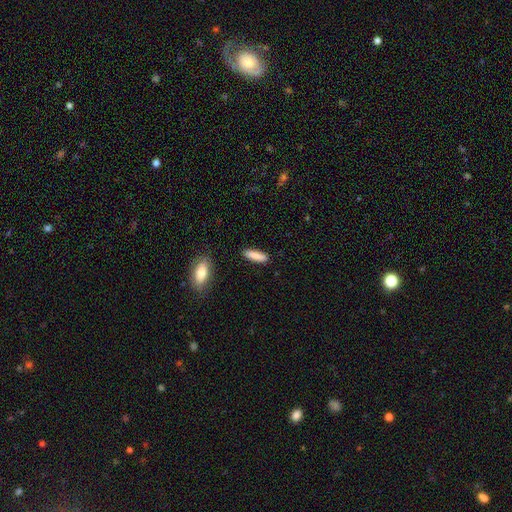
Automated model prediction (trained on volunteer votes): smooth_or_featured: smooth (p=0.87) [alt: featured or disk p=0.07]
how_rounded: cigar-shaped (p=0.70) [alt: in between p=0.28]
merging: none (p=0.88) [alt: minor disturbance p=0.08]